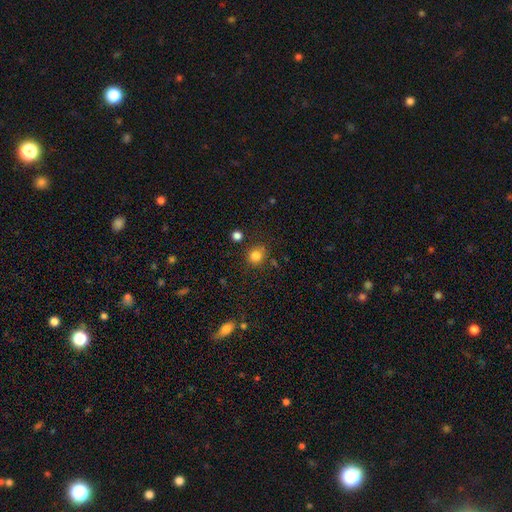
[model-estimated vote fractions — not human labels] A smooth galaxy with no disk features (81%) that is round (85%).

Vote fractions:
- Smooth or featured? smooth: 81% / star or artifact: 13% / featured or disk: 6%
- How rounded? round: 85% / in between: 14% / cigar-shaped: 1%
- Merging? none: 78% / minor disturbance: 12% / merger: 6% / major disturbance: 4%